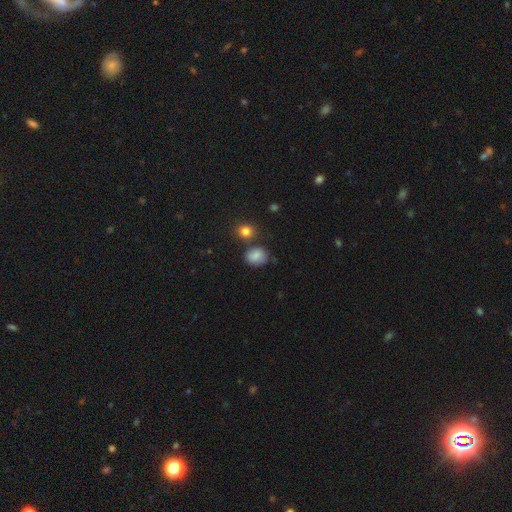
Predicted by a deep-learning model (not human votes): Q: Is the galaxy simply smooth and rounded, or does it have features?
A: smooth — 82%.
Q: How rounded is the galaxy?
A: round — 57%.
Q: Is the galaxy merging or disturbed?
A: none — 68%.